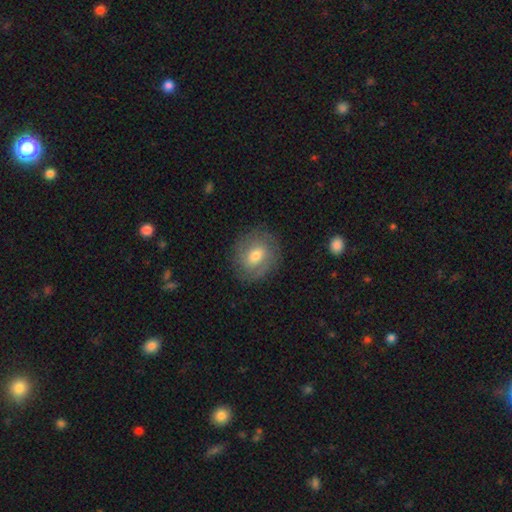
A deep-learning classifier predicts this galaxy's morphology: type=smooth (46%, tied with featured or disk); merging=none (81%).